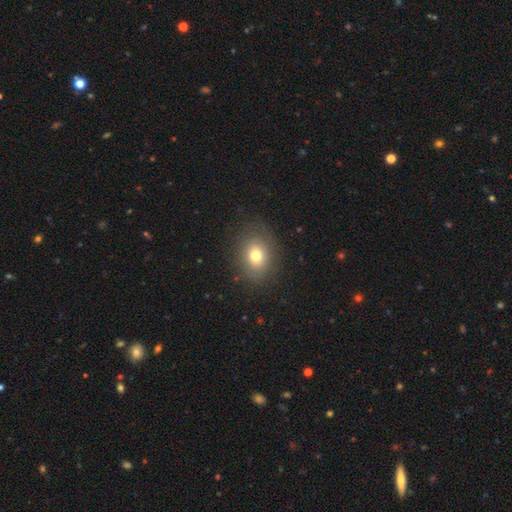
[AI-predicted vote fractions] Smooth or featured? smooth (71%)
How rounded? in between (57%)
Merging? none (80%)